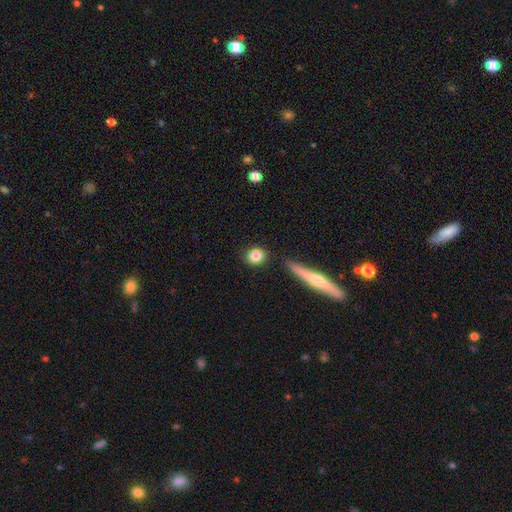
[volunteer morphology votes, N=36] This is likely a smooth galaxy (78%). How rounded: likely round (71%). Merging: likely none (74%).